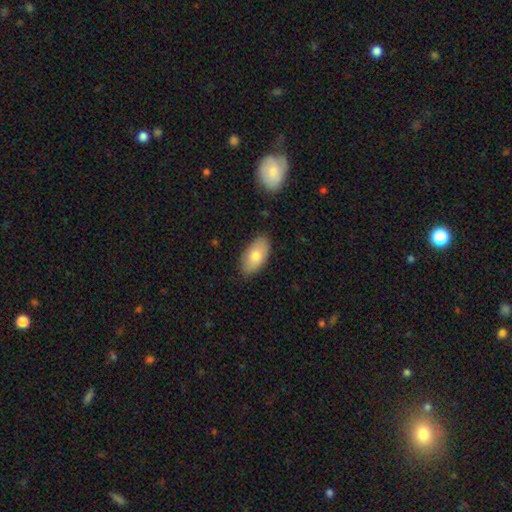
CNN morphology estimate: Overall: smooth (77%). How rounded: in between (94%). Merging: none (84%).